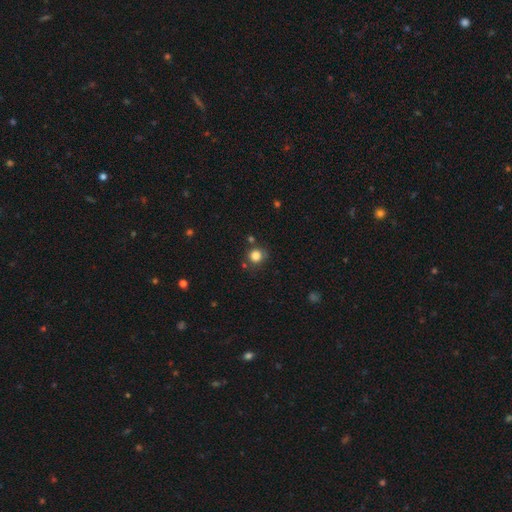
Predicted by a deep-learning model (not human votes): A smooth galaxy with no disk features (83%) that is round (89%). Merging: none (76%).